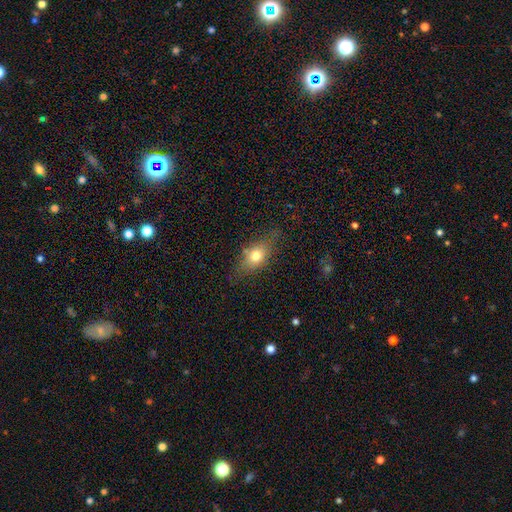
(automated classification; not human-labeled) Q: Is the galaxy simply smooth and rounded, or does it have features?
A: smooth — 67%.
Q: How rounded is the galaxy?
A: in between — 70%.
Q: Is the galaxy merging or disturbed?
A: none — 73%.